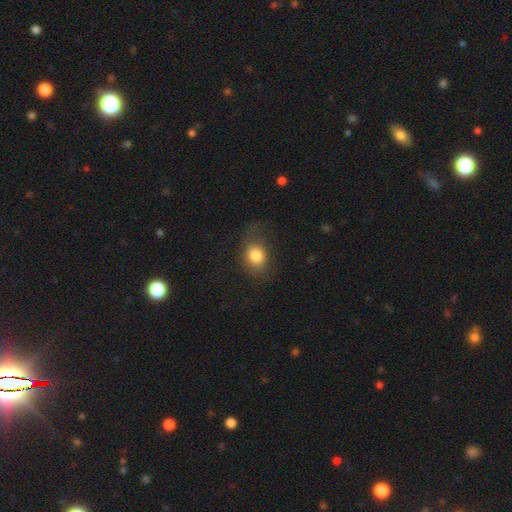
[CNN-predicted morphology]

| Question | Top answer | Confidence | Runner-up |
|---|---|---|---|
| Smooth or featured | smooth | 81% | star or artifact (9%) |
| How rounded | in between | 52% | round (47%) |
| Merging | none | 60% | minor disturbance (23%) |